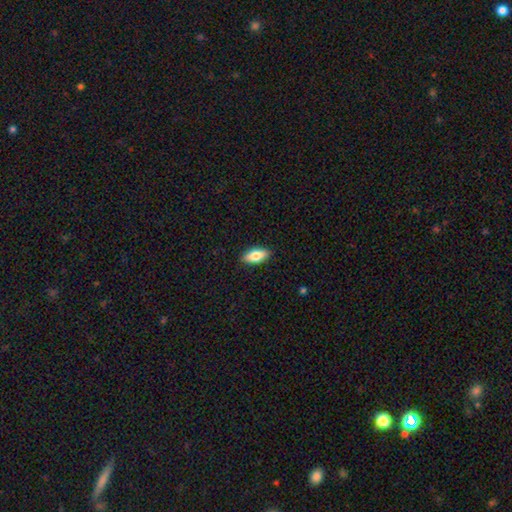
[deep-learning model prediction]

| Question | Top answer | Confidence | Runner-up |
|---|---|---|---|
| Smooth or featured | smooth | 81% | featured or disk (13%) |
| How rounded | in between | 86% | cigar-shaped (11%) |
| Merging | none | 89% | minor disturbance (8%) |